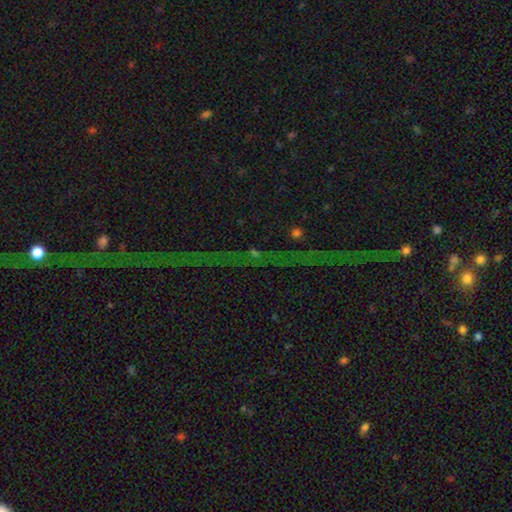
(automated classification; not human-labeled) A star or artifact, not a galaxy (73%).